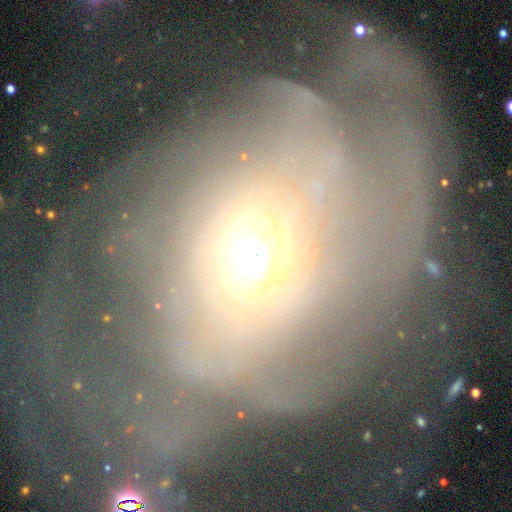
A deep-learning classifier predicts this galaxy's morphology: smooth-or-featured: featured or disk: 62% | smooth: 25% | star or artifact: 12%
  disk-edge-on: no: 91% | yes: 9%
    bar: no: 73% | weak: 19% | strong: 8%
    has-spiral-arms: yes: 52% | no: 48%
    bulge-size: moderate: 59% | small: 24% | large: 12% | dominant: 3% | none: 2%
  merging: major disturbance: 44% | none: 30% | minor disturbance: 17% | merger: 9%